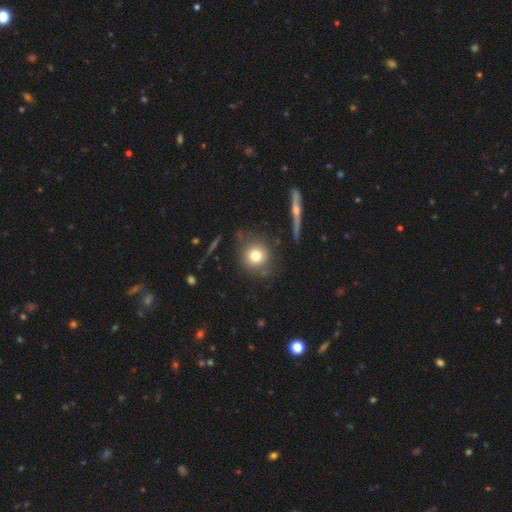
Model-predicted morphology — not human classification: Q: Smooth or featured?
A: smooth (76%); runner-up: featured or disk (12%)
Q: How rounded?
A: round (91%); runner-up: in between (8%)
Q: Merging?
A: none (81%); runner-up: minor disturbance (11%)